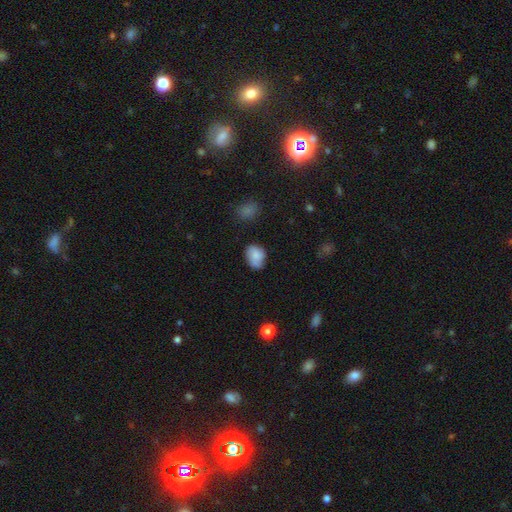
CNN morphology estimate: A smooth galaxy with no disk features (77%) that is in between round and cigar-shaped (68%).

Vote fractions:
- Smooth or featured? smooth: 77% / featured or disk: 15% / star or artifact: 8%
- How rounded? in between: 68% / round: 31% / cigar-shaped: 1%
- Merging? none: 64% / minor disturbance: 27% / major disturbance: 6% / merger: 3%